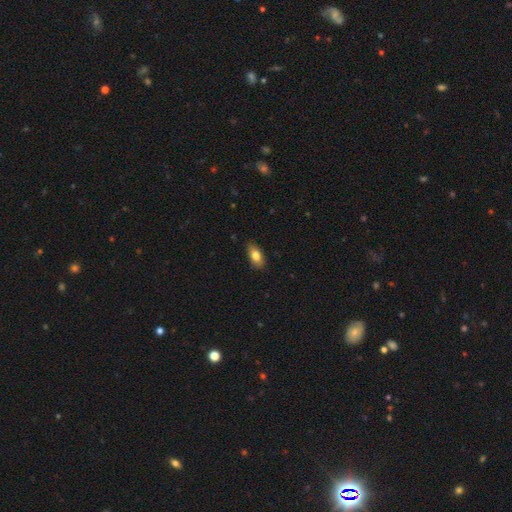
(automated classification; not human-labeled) The model was most divided on "smooth or featured": smooth: 79%, featured or disk: 13%, star or artifact: 8%. More confident: how rounded — in between (88%); merging — none (84%).